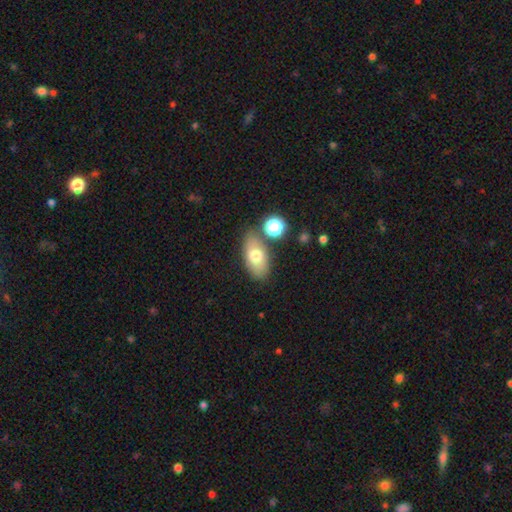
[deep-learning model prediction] The model was most divided on "smooth or featured": smooth: 71%, featured or disk: 20%, star or artifact: 9%. More confident: how rounded — in between (89%); merging — none (74%).